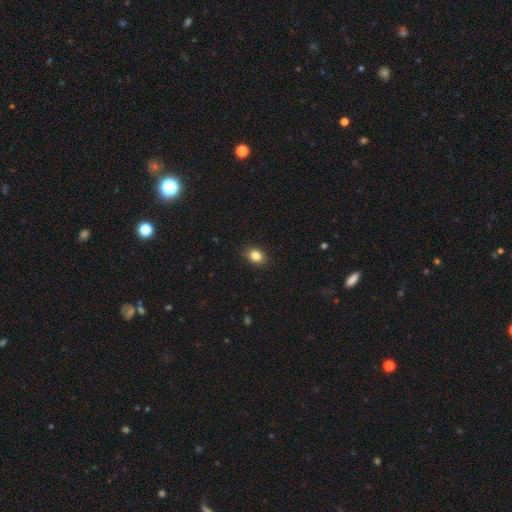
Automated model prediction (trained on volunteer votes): Morphology: type=smooth (85%); roundness=in between (63%); merging=none (89%).